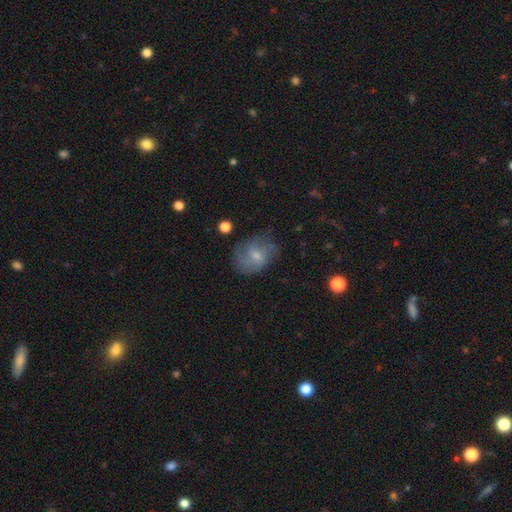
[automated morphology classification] featured or disk 48%, smooth 43%, star or artifact 9%. Down the decision tree: merging — none (58%).